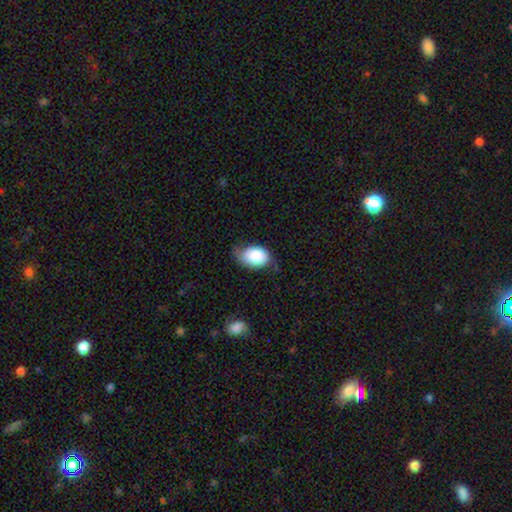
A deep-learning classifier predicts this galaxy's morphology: smooth 86%, featured or disk 8%, star or artifact 7%. Down the decision tree: how rounded — in between (84%); merging — none (49%).